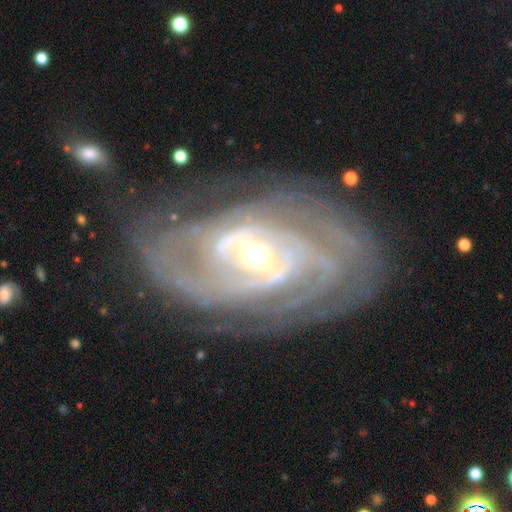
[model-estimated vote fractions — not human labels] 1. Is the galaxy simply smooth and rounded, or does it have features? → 90% featured or disk, 5% star or artifact, 5% smooth.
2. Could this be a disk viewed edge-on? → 95% no, 5% yes.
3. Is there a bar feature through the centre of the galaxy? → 38% no, 37% weak, 25% strong.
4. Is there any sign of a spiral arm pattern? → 96% yes, 4% no.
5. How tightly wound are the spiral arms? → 72% tight, 23% medium, 5% loose.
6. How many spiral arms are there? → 29% can't tell, 20% 2, 20% 3, 15% 4, 10% more than 4, 6% 1.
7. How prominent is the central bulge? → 61% moderate, 32% small, 5% large, 1% dominant, 1% none.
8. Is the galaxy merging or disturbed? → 74% none, 16% minor disturbance, 7% major disturbance, 2% merger.